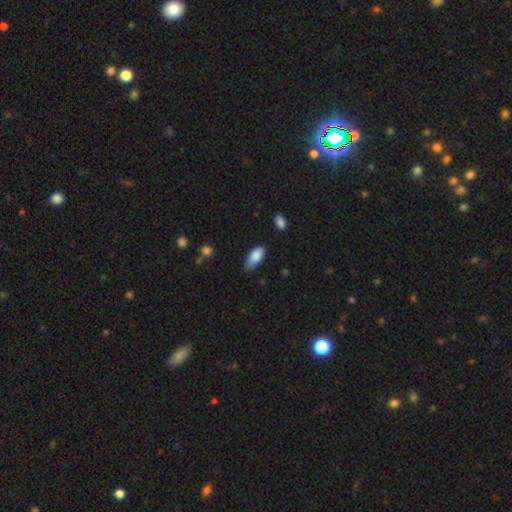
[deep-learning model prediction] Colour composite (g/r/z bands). It shows a smooth galaxy with no disk features (86%) that is in between round and cigar-shaped (88%). Merging: none (57%).